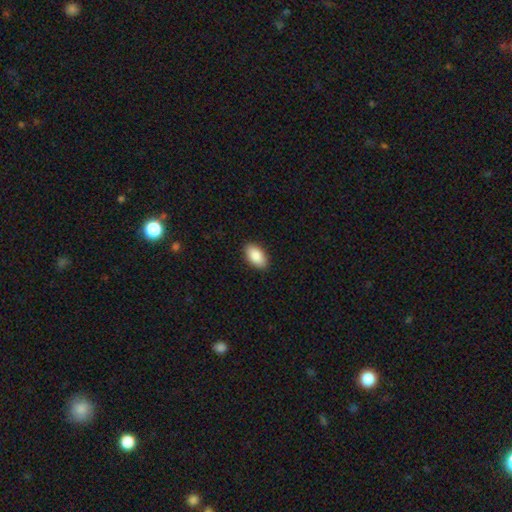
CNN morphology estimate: A smooth galaxy with no disk features (88%) that is in between round and cigar-shaped (94%). Merging: none (90%).